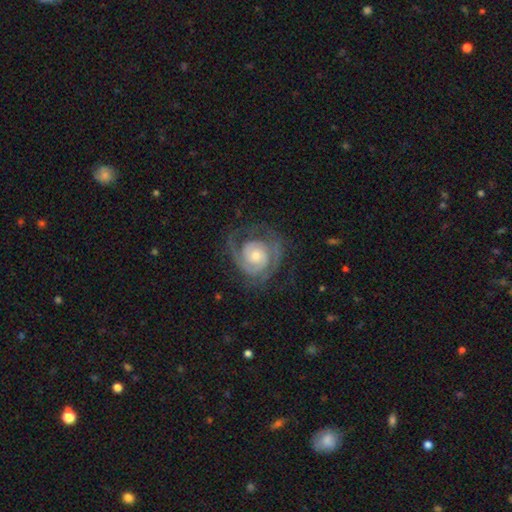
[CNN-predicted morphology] Overall: featured or disk (89%). Edge-on disk: no (98%). Bar: no (70%). Spiral arms: yes (97%). Spiral arm count: 2 (66%). Spiral winding: tight (69%). Bulge size: moderate (50%; small 43%). Merging: none (74%).